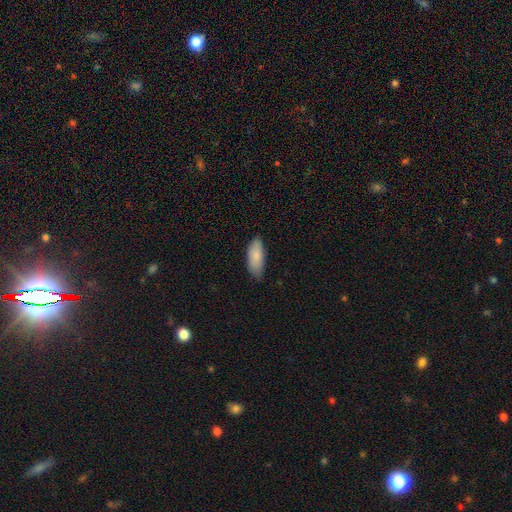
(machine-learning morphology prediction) A smooth galaxy with no disk features (86%) that is in between round and cigar-shaped (81%).

Vote fractions:
- Smooth or featured? smooth: 86% / featured or disk: 8% / star or artifact: 6%
- How rounded? in between: 81% / cigar-shaped: 17% / round: 2%
- Merging? none: 76% / minor disturbance: 20% / major disturbance: 3% / merger: 1%